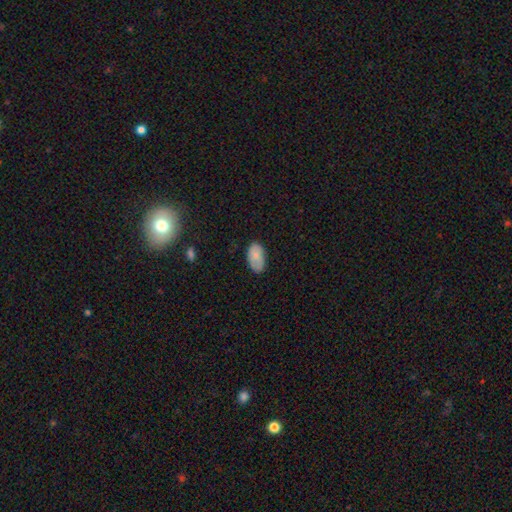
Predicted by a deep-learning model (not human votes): A smooth galaxy with no disk features (78%) that is in between round and cigar-shaped (94%). Merging: none (76%).